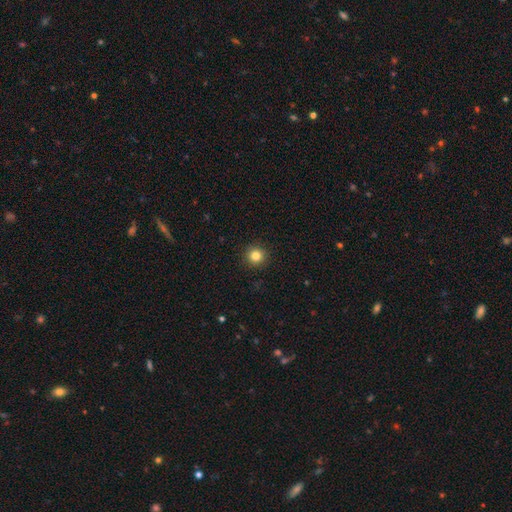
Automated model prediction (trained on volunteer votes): Overall: smooth (83%). How rounded: round (95%). Merging: none (93%).